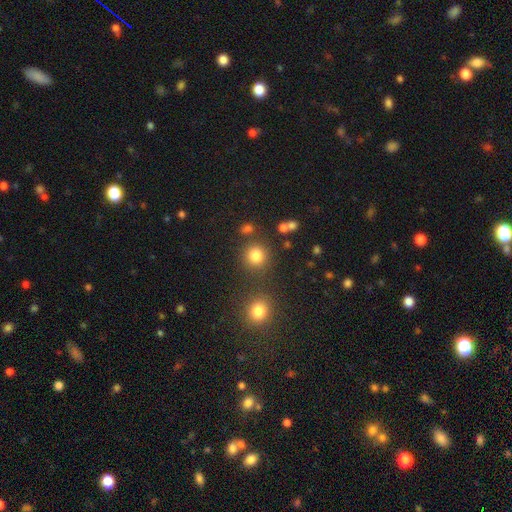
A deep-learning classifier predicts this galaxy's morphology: Smooth or featured: smooth — 81% (star or artifact — 14%)
How rounded: round — 91% (in between — 8%)
Merging: none — 79% (merger — 9%)